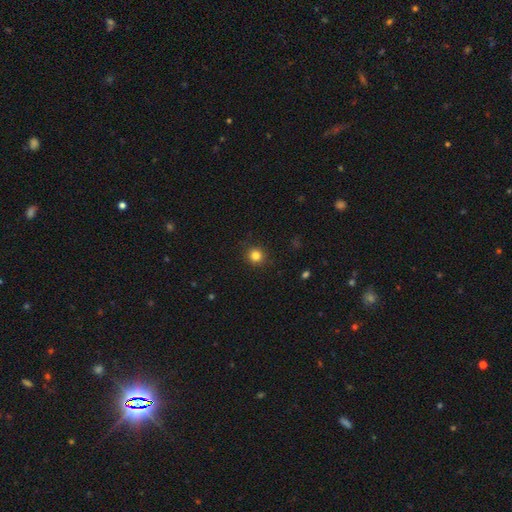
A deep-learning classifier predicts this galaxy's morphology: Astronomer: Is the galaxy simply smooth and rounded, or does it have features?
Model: smooth — 82%.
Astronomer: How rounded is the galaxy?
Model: round — 91%.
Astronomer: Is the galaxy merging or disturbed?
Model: none — 91%.